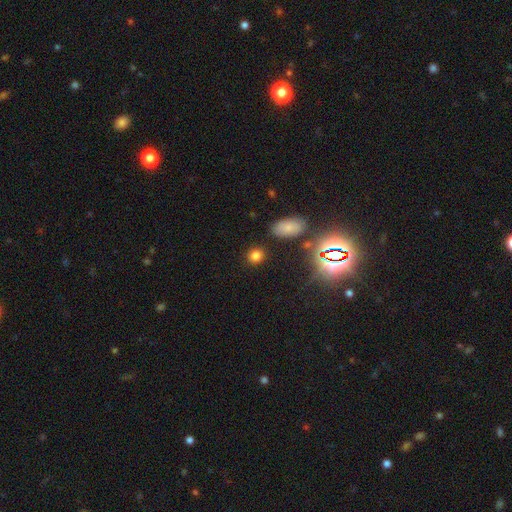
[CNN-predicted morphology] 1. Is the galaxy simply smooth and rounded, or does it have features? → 78% smooth, 17% star or artifact, 6% featured or disk.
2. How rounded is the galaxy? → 74% round, 24% in between, 2% cigar-shaped.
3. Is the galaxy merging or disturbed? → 86% none, 8% minor disturbance, 3% merger, 3% major disturbance.